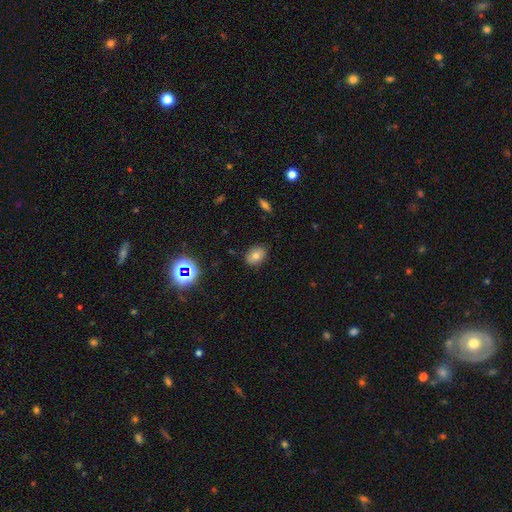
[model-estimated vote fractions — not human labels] smooth 75%, star or artifact 14%, featured or disk 11%. Down the decision tree: how rounded — in between (71%); merging — none (85%).